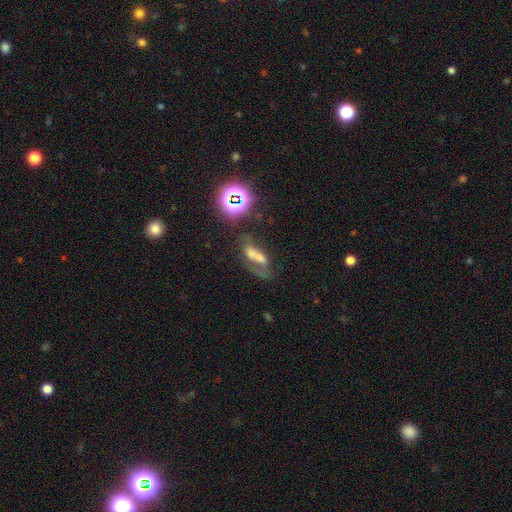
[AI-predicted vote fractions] The model was most divided on "smooth or featured": smooth: 41%, featured or disk: 35%, star or artifact: 24%. Remaining: merging — merger (34%).